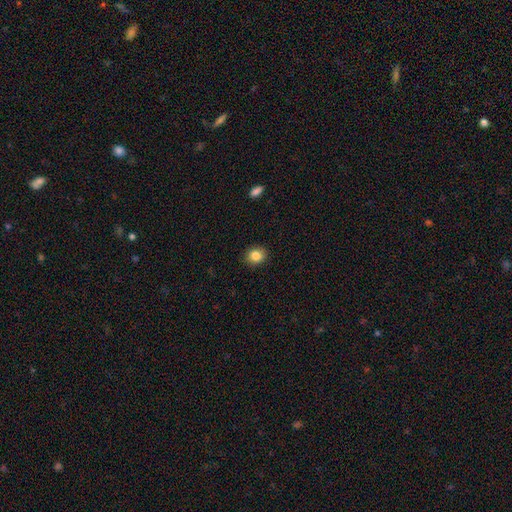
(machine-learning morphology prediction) This appears to be a smooth galaxy with no disk features (85%) that is round (71%). Merging: none (90%).